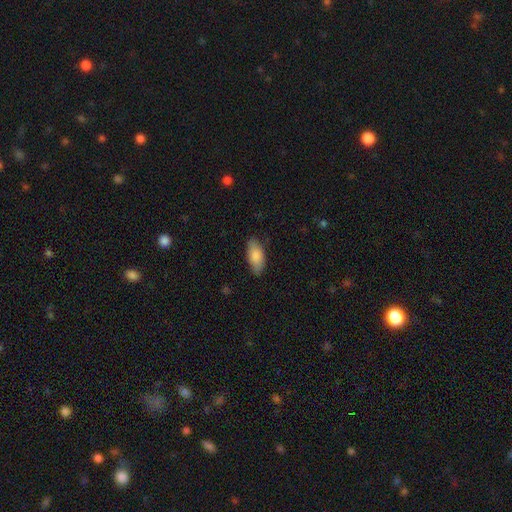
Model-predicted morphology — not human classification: smooth-or-featured: smooth: 85% | featured or disk: 9% | star or artifact: 6%
  how-rounded: in between: 89% | cigar-shaped: 9% | round: 2%
  merging: none: 81% | minor disturbance: 15% | major disturbance: 3% | merger: 1%